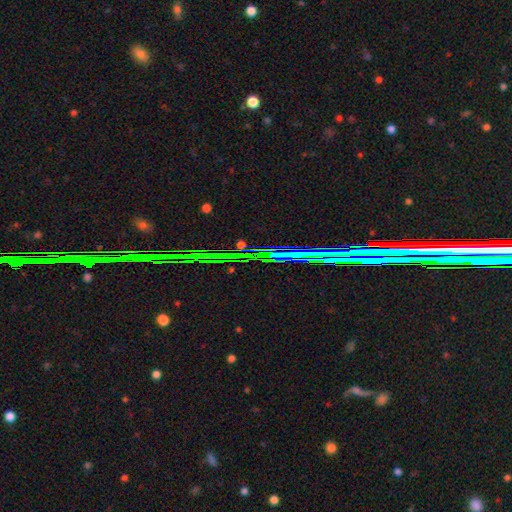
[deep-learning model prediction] A star or artifact, not a galaxy (83%).